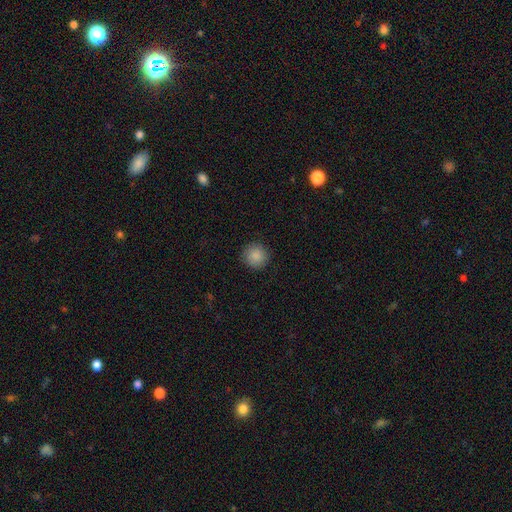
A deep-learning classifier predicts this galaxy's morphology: smooth_or_featured: smooth (p=0.88) [alt: star or artifact p=0.09]
how_rounded: round (p=0.94) [alt: in between p=0.05]
merging: none (p=0.90) [alt: minor disturbance p=0.06]